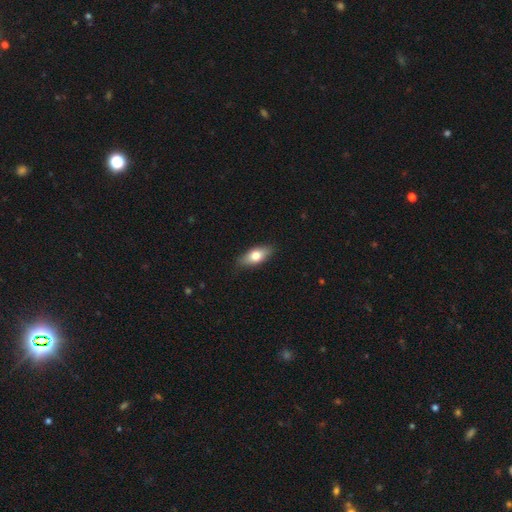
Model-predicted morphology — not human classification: type=smooth (72%); roundness=in between (81%); merging=none (84%).